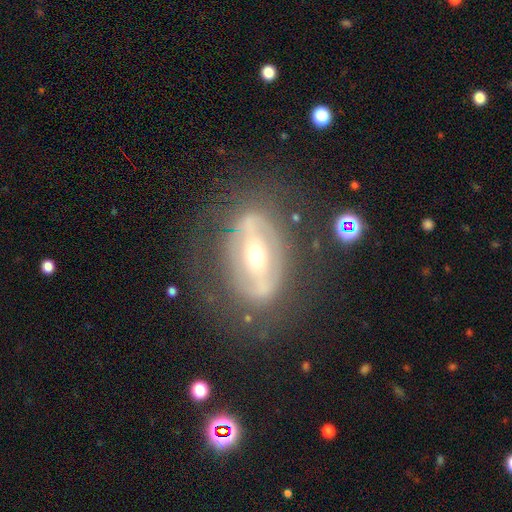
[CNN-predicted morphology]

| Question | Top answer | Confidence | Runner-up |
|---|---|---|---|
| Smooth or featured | featured or disk | 76% | smooth (17%) |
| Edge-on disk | no | 88% | yes (12%) |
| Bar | strong | 52% | no (24%) |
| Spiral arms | no | 57% | yes (43%) |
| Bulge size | moderate | 50% | small (45%) |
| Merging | none | 70% | minor disturbance (16%) |